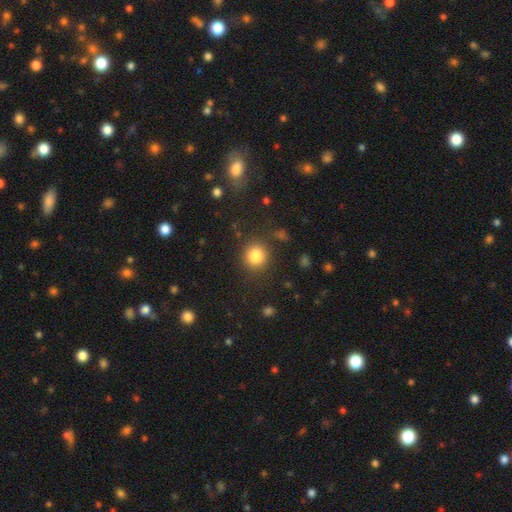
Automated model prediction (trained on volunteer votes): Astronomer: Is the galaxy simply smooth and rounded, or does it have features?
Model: smooth — 83%.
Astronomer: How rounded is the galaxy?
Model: round — 90%.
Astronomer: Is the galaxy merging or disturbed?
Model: none — 85%.